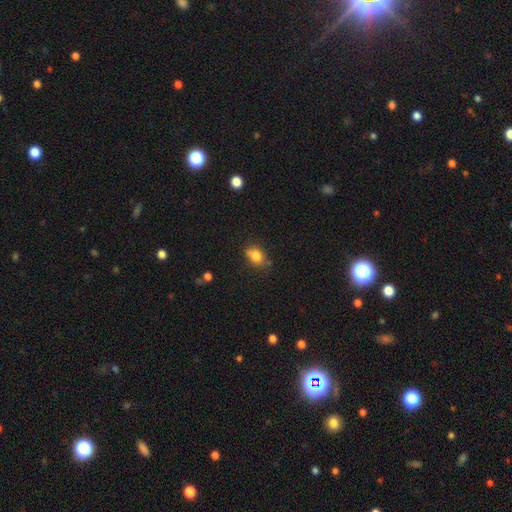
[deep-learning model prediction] Smooth or featured? smooth (81%)
How rounded? in between (63%)
Merging? none (65%)